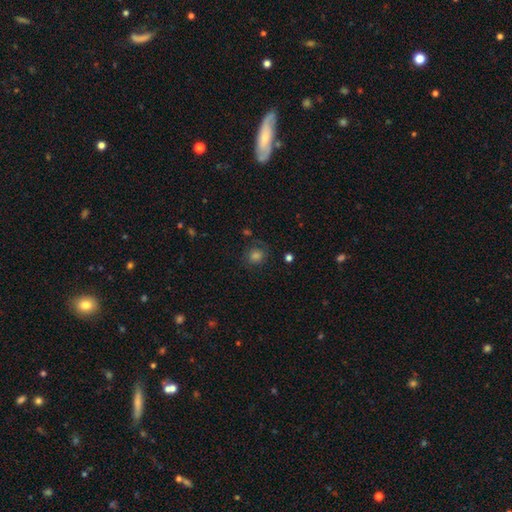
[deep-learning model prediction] A smooth galaxy with no disk features (66%) that is round (84%).

Vote fractions:
- Smooth or featured? smooth: 66% / star or artifact: 23% / featured or disk: 11%
- How rounded? round: 84% / in between: 15% / cigar-shaped: 1%
- Merging? none: 78% / minor disturbance: 13% / major disturbance: 6% / merger: 2%